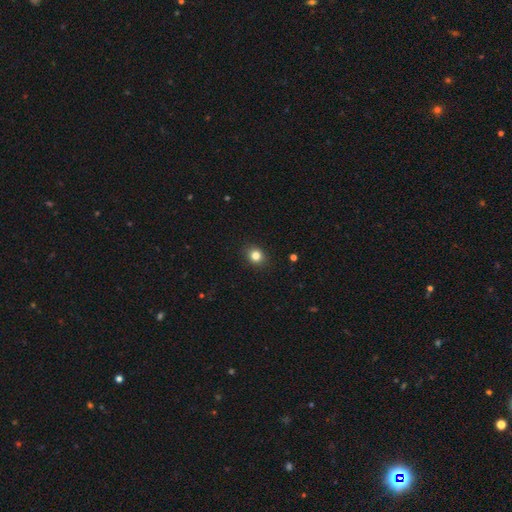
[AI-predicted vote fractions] Smooth or featured? Predicted: smooth (p=0.83). How rounded? Predicted: round (p=0.70). Merging? Predicted: none (p=0.89).